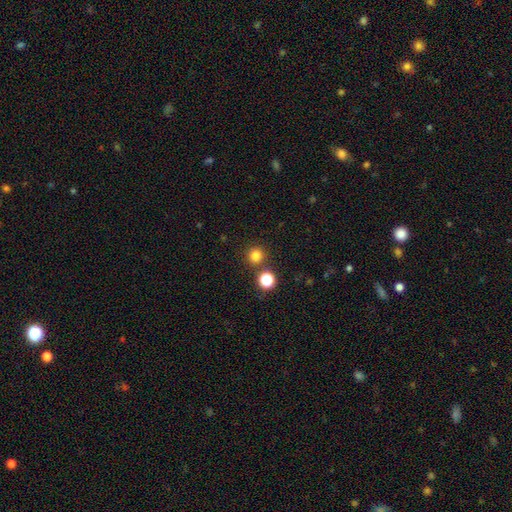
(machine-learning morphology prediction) Smooth or featured: smooth — 79% (star or artifact — 16%)
How rounded: round — 94% (in between — 5%)
Merging: none — 85% (merger — 7%)